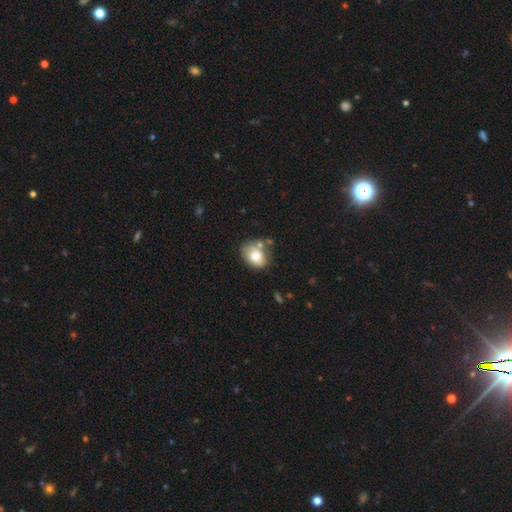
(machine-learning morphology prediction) Q: Smooth or featured?
A: smooth (76%); runner-up: featured or disk (16%)
Q: How rounded?
A: in between (69%); runner-up: round (30%)
Q: Merging?
A: none (53%); runner-up: minor disturbance (25%)